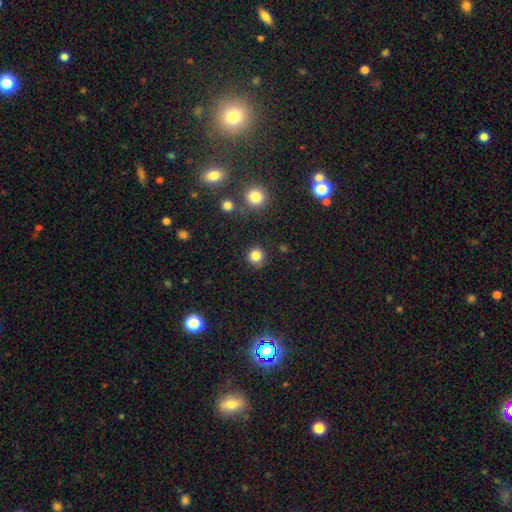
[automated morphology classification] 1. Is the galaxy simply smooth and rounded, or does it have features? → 83% smooth, 13% star or artifact, 4% featured or disk.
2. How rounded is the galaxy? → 92% round, 7% in between, 1% cigar-shaped.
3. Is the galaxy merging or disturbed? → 86% none, 9% minor disturbance, 3% major disturbance, 2% merger.